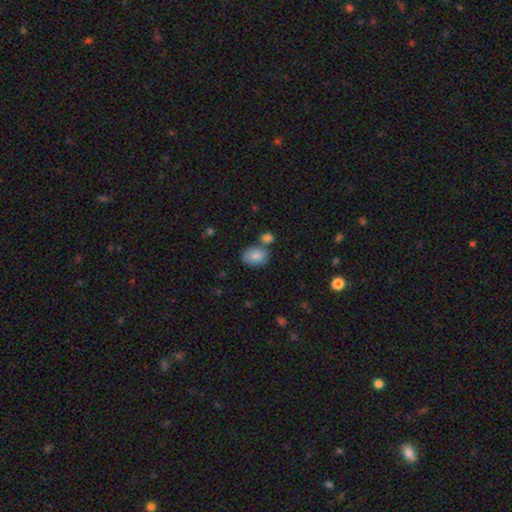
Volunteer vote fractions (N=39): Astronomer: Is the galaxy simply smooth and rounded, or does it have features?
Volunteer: smooth — 90%.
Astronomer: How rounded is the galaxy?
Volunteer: in between — 74%.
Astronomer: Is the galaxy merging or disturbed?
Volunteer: none — 53% (runner-up: merger, 32%).